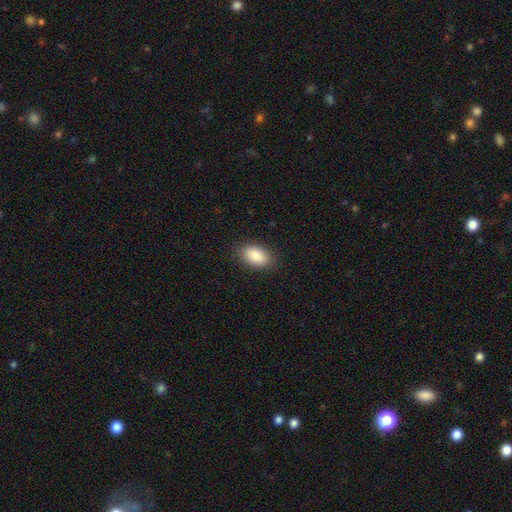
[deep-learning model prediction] This appears to be a smooth galaxy with no disk features (88%) that is in between round and cigar-shaped (92%). Merging: none (87%).